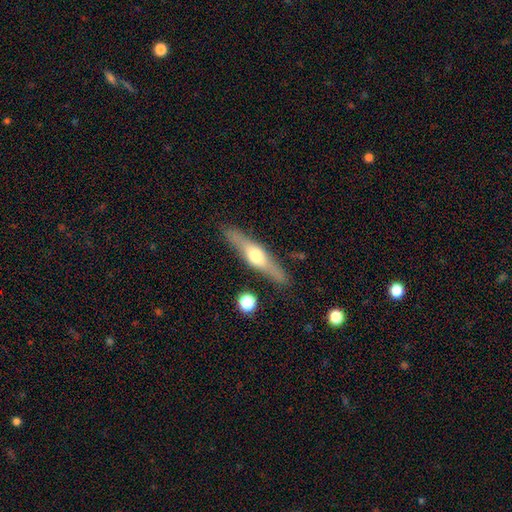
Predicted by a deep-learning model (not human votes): Smooth or featured? Predicted: featured or disk (p=0.64). Edge-on disk? Predicted: yes (p=0.93). Edge-on bulge? Predicted: rounded (p=0.92). Merging? Predicted: none (p=0.86).